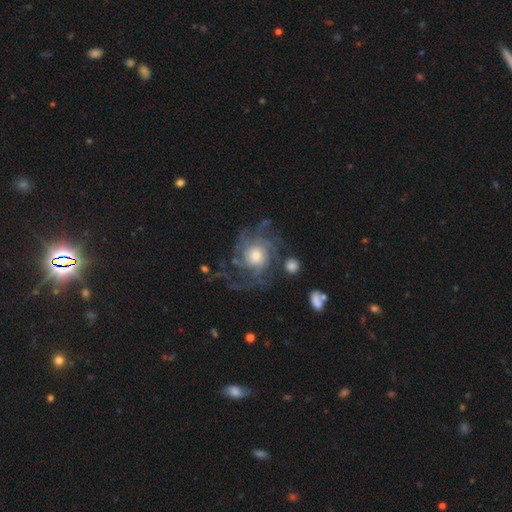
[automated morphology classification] Smooth or featured? featured or disk (85%)
Edge-on disk? no (97%)
Bar? no (79%)
Spiral arms? yes (95%)
Spiral winding? tight (50%)
Spiral arm count? can't tell (32%)
Bulge size? moderate (49%)
Merging? none (61%)